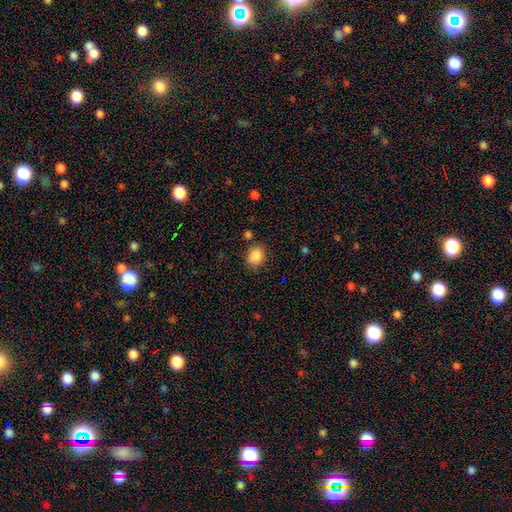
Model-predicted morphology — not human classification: A smooth galaxy with no disk features (87%) that is in between round and cigar-shaped (53%).

Vote fractions:
- Smooth or featured? smooth: 87% / star or artifact: 9% / featured or disk: 4%
- How rounded? in between: 53% / round: 46% / cigar-shaped: 1%
- Merging? none: 76% / minor disturbance: 15% / merger: 4% / major disturbance: 4%